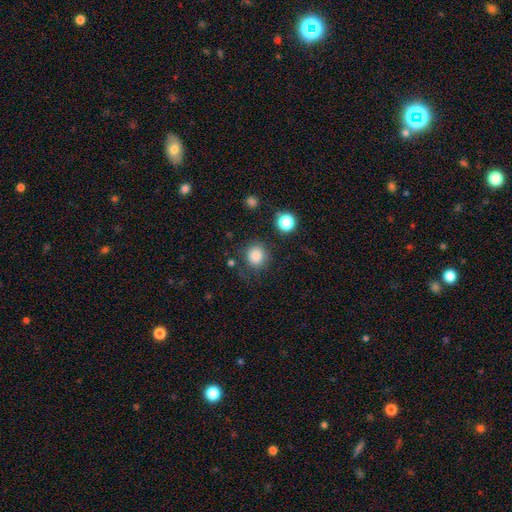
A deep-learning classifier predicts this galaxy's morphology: Smooth or featured? Predicted: smooth (p=0.84). How rounded? Predicted: round (p=0.90). Merging? Predicted: none (p=0.80).